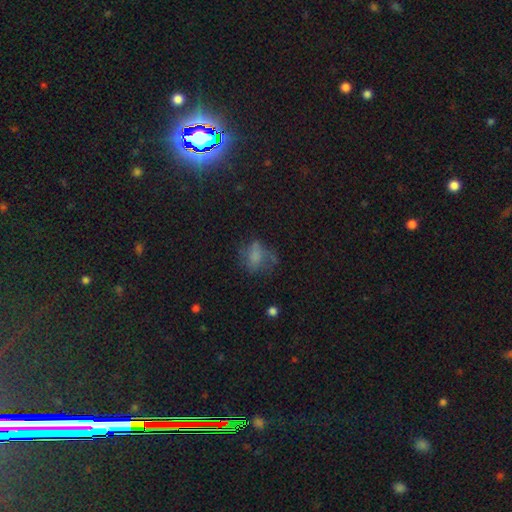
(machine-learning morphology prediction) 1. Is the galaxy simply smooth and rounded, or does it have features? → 55% smooth, 28% featured or disk, 16% star or artifact.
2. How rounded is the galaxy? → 66% in between, 32% round, 2% cigar-shaped.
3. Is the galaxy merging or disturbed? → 40% none, 31% major disturbance, 25% minor disturbance, 4% merger.